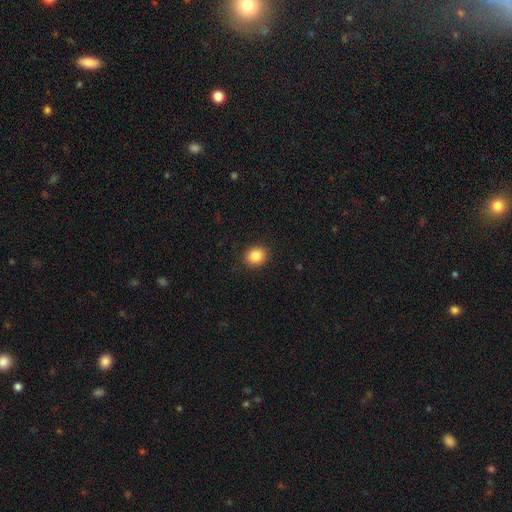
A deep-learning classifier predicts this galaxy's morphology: smooth 86%, star or artifact 10%, featured or disk 4%. Down the decision tree: how rounded — round (72%); merging — none (90%).